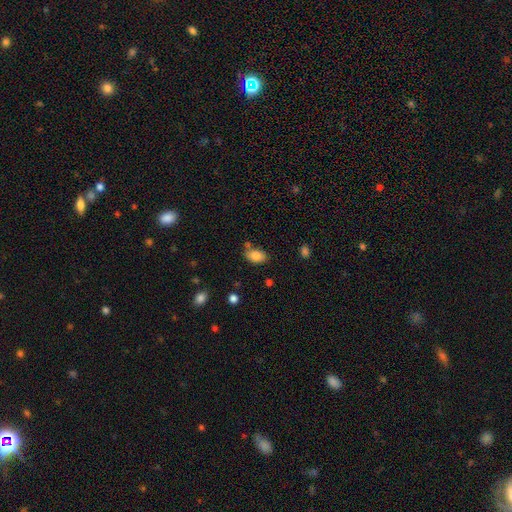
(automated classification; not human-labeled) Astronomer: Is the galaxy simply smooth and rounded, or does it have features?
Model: smooth — 82%.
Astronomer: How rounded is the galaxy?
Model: in between — 88%.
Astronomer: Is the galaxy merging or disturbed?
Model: none — 74%.